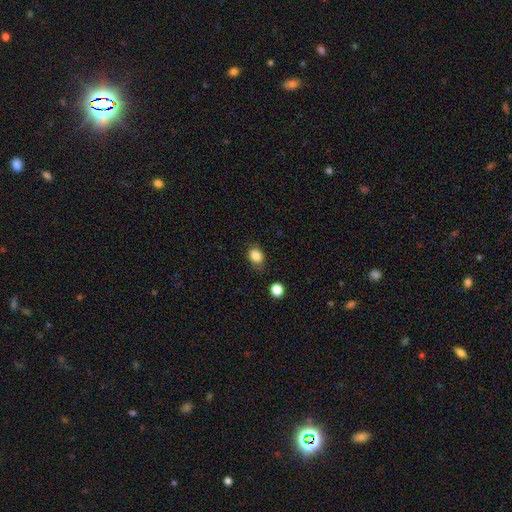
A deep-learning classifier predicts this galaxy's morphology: A smooth galaxy with no disk features (85%) that is in between round and cigar-shaped (58%).

Vote fractions:
- Smooth or featured? smooth: 85% / star or artifact: 10% / featured or disk: 5%
- How rounded? in between: 58% / round: 41% / cigar-shaped: 1%
- Merging? none: 76% / minor disturbance: 18% / major disturbance: 4% / merger: 3%